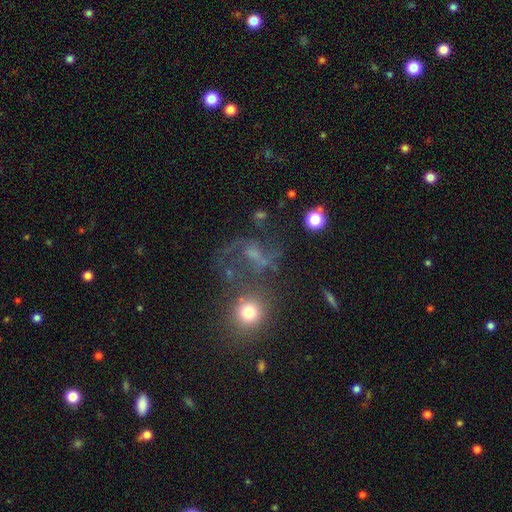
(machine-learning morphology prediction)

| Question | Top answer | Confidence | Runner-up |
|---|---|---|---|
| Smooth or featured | featured or disk | 54% | star or artifact (23%) |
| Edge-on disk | no | 96% | yes (4%) |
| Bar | no | 46% | weak (38%) |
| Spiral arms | yes | 73% | no (27%) |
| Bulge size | none | 36% | small (33%) |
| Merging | none | 45% | major disturbance (27%) |